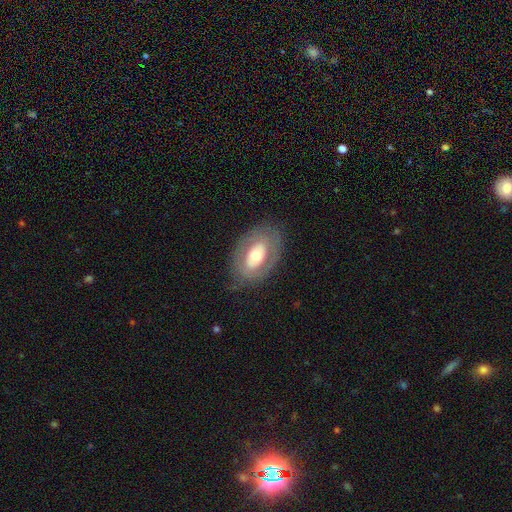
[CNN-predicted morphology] Q: Smooth or featured?
A: featured or disk (51%); runner-up: smooth (42%)
Q: Edge-on disk?
A: no (90%); runner-up: yes (10%)
Q: Merging?
A: none (77%); runner-up: minor disturbance (14%)